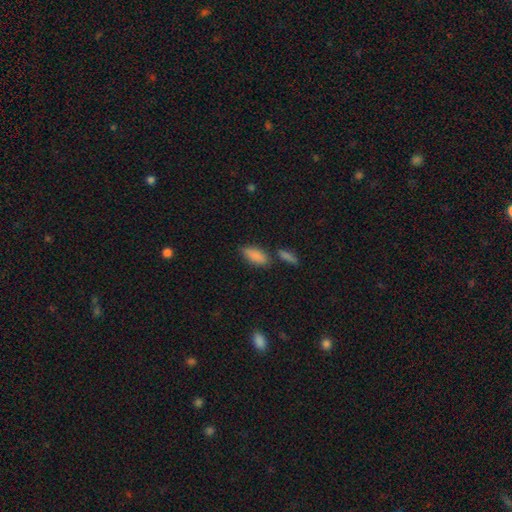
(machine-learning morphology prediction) smooth-or-featured: smooth: 86% | star or artifact: 8% | featured or disk: 6%
  how-rounded: in between: 80% | cigar-shaped: 17% | round: 3%
  merging: none: 66% | merger: 15% | minor disturbance: 15% | major disturbance: 4%